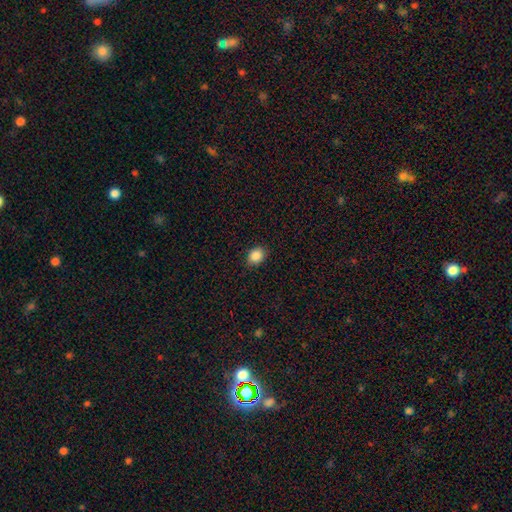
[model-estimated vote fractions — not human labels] smooth-or-featured: smooth: 87% | star or artifact: 9% | featured or disk: 4%
  how-rounded: in between: 58% | round: 41% | cigar-shaped: 1%
  merging: none: 87% | minor disturbance: 10% | major disturbance: 2% | merger: 1%